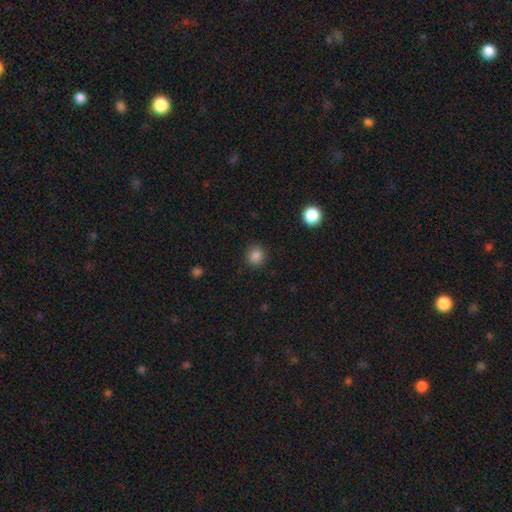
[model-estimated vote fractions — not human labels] Smooth or featured? smooth (85%)
How rounded? round (88%)
Merging? none (89%)